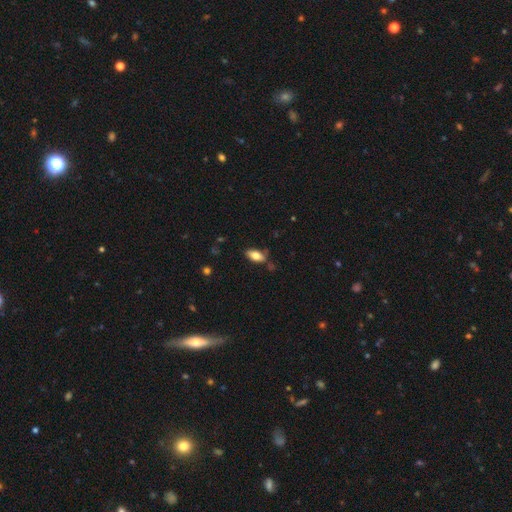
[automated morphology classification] This is likely a smooth galaxy (75%). How rounded: clearly in between (88%). Merging: likely none (75%).